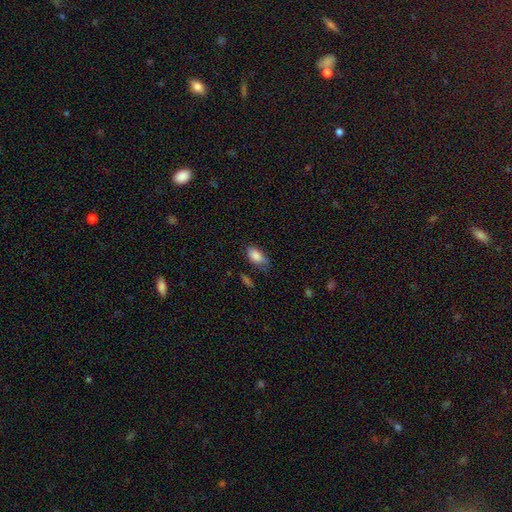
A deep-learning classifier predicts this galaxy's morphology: smooth 85%, star or artifact 7%, featured or disk 7%. Down the decision tree: how rounded — in between (91%); merging — none (57%).